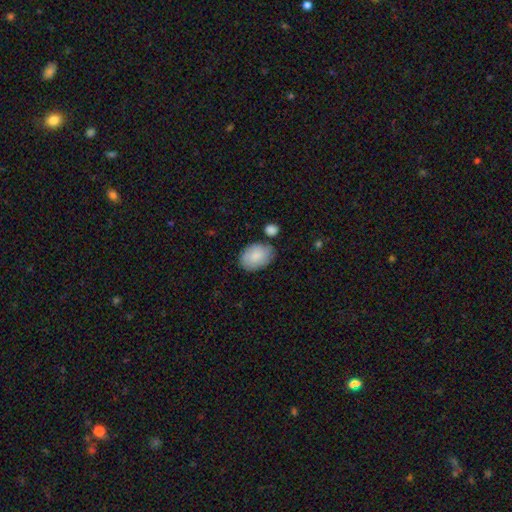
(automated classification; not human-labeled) Q: Smooth or featured?
A: smooth (84%); runner-up: featured or disk (10%)
Q: How rounded?
A: in between (85%); runner-up: round (14%)
Q: Merging?
A: none (68%); runner-up: minor disturbance (20%)